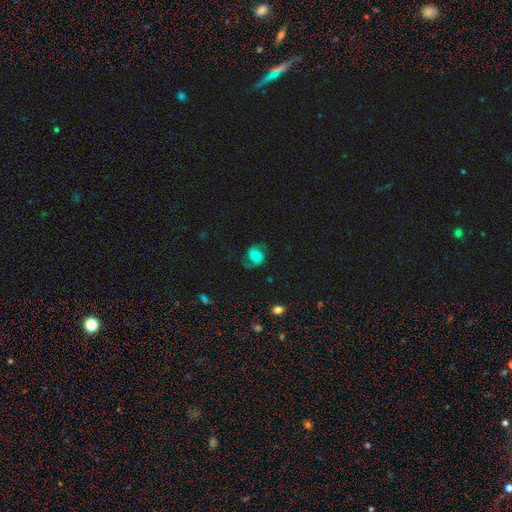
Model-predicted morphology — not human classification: A featured or disk galaxy (66%) with no bar (62%), 2 (88%) medium (49%) spiral arms (94%) and a small central bulge (24%). Merging: none (69%).